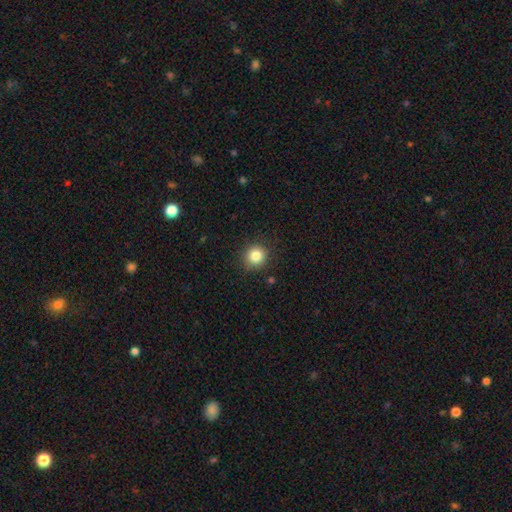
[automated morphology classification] Smooth or featured: smooth — 84% (star or artifact — 11%)
How rounded: round — 90% (in between — 9%)
Merging: none — 89% (minor disturbance — 7%)